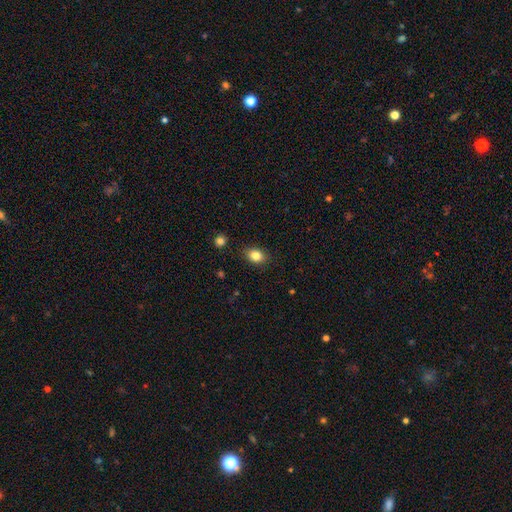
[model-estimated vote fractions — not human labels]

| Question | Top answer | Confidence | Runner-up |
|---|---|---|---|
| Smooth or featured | smooth | 84% | star or artifact (10%) |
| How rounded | in between | 67% | round (31%) |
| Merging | none | 86% | minor disturbance (10%) |